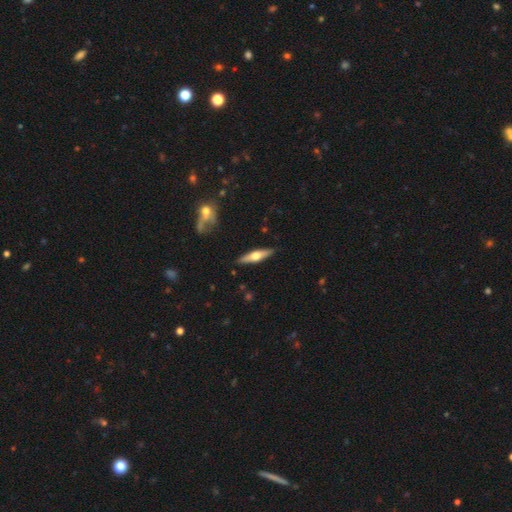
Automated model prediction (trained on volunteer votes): Smooth or featured? Predicted: featured or disk (p=0.59). Edge-on disk? Predicted: yes (p=0.94). Edge-on bulge? Predicted: rounded (p=0.94). Merging? Predicted: none (p=0.89).